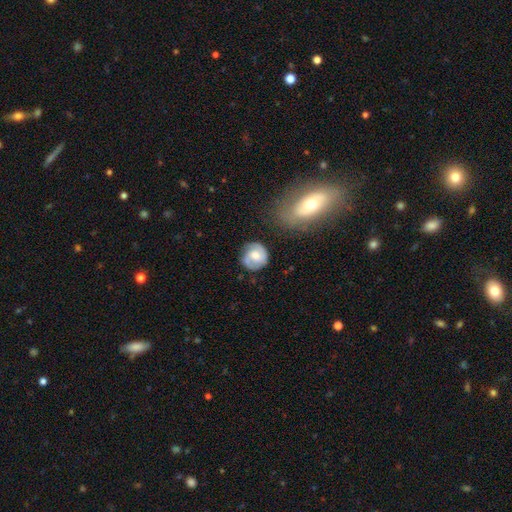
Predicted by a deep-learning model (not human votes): Overall: featured or disk (52%; smooth 41%). Edge-on disk: no (97%). Bar: no (63%; weak 32%). Spiral arms: yes (81%). Bulge size: moderate (66%). Merging: none (67%).